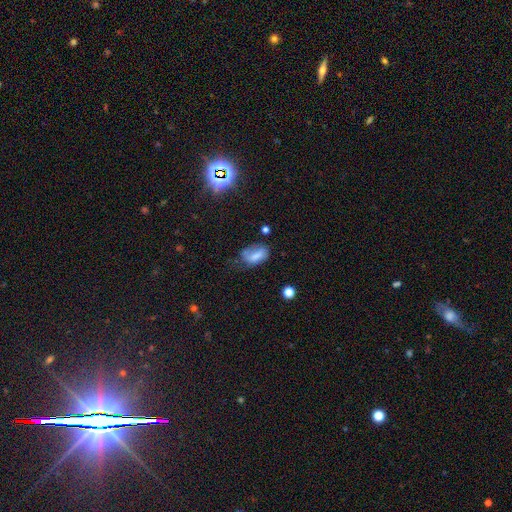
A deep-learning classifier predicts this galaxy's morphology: This appears to be a smooth galaxy with no disk features (66%) that is in between round and cigar-shaped (88%). Merging: none (39%).